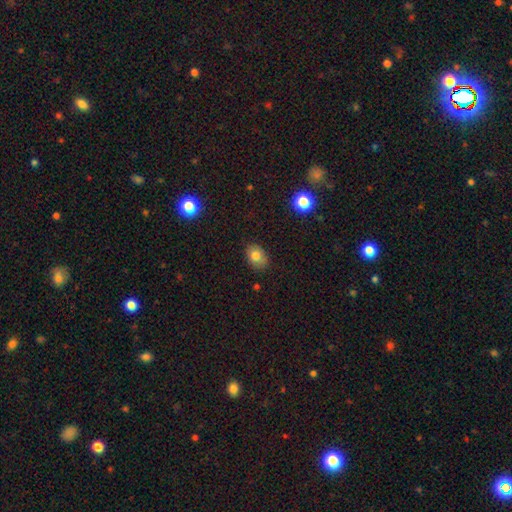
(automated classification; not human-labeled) Smooth or featured? smooth (78%)
How rounded? in between (72%)
Merging? none (80%)